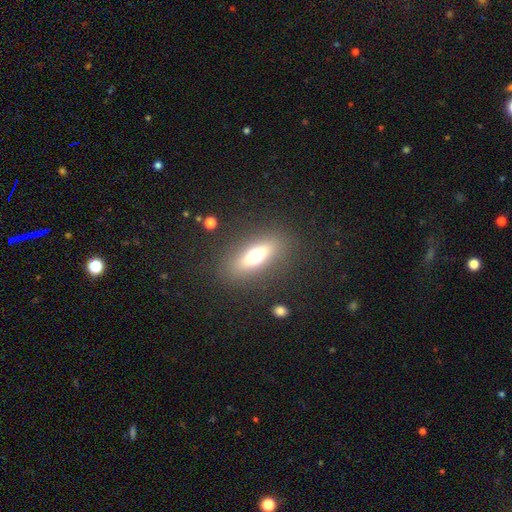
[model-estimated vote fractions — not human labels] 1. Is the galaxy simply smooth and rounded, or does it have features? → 56% smooth, 32% featured or disk, 13% star or artifact.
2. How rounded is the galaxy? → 60% in between, 32% cigar-shaped, 8% round.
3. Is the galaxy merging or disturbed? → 84% none, 9% minor disturbance, 5% major disturbance, 2% merger.